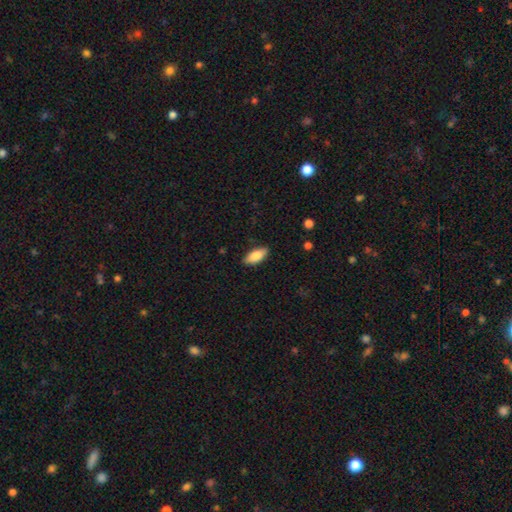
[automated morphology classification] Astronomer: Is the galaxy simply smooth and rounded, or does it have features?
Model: smooth — 83%.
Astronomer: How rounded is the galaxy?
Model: in between — 84%.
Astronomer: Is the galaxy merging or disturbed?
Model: none — 86%.